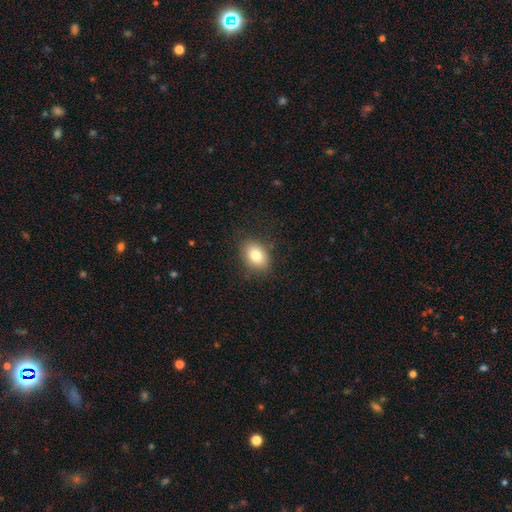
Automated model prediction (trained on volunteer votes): This is clearly a smooth galaxy (82%). How rounded: likely in between (79%). Merging: clearly none (84%).